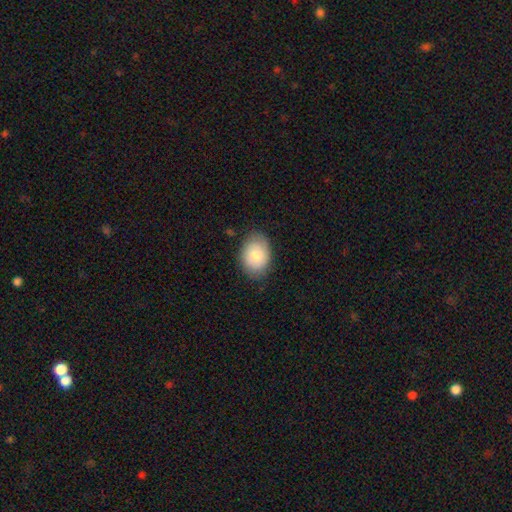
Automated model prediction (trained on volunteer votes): This is likely a smooth galaxy (74%). How rounded: likely in between (72%). Merging: likely none (80%).